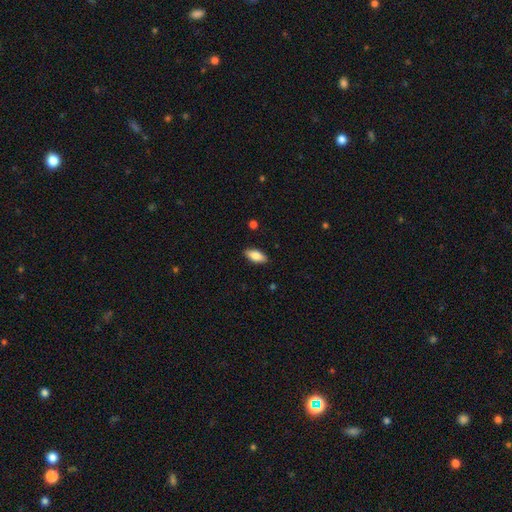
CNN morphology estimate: A smooth galaxy with no disk features (80%) that is in between round and cigar-shaped (86%).

Vote fractions:
- Smooth or featured? smooth: 80% / featured or disk: 13% / star or artifact: 7%
- How rounded? in between: 86% / cigar-shaped: 12% / round: 2%
- Merging? none: 88% / minor disturbance: 9% / major disturbance: 2% / merger: 1%